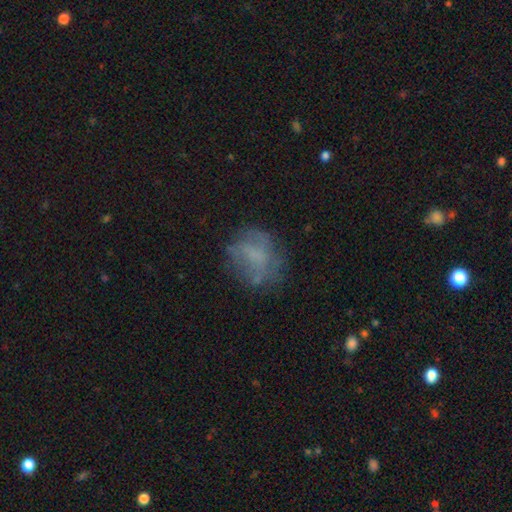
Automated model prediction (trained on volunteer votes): smooth 49%, featured or disk 37%, star or artifact 14%. Down the decision tree: merging — none (62%).